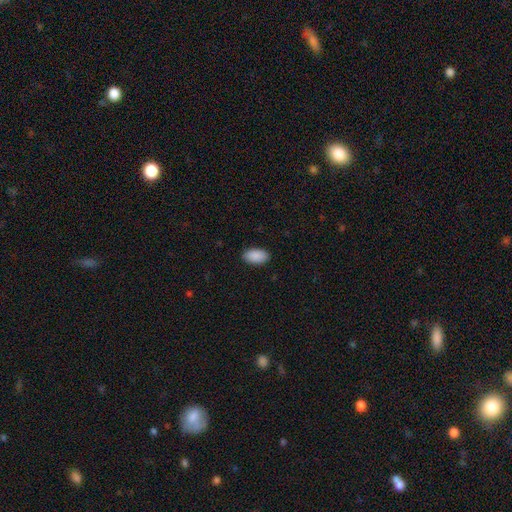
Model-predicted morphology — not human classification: smooth_or_featured: smooth (p=0.91) [alt: star or artifact p=0.06]
how_rounded: in between (p=0.95) [alt: round p=0.03]
merging: none (p=0.89) [alt: minor disturbance p=0.08]